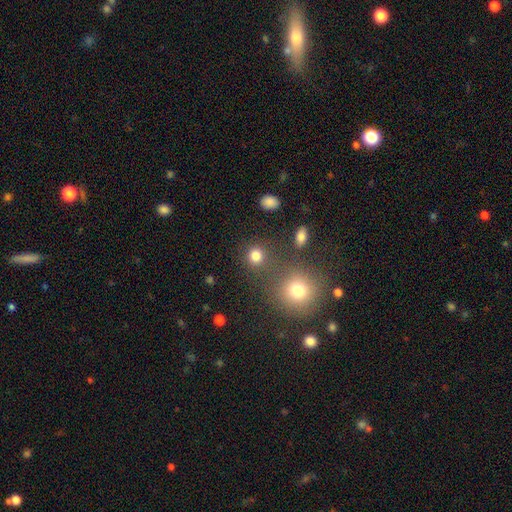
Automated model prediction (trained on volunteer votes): This is clearly a smooth galaxy (81%). How rounded: clearly round (87%). Merging: likely none (76%).